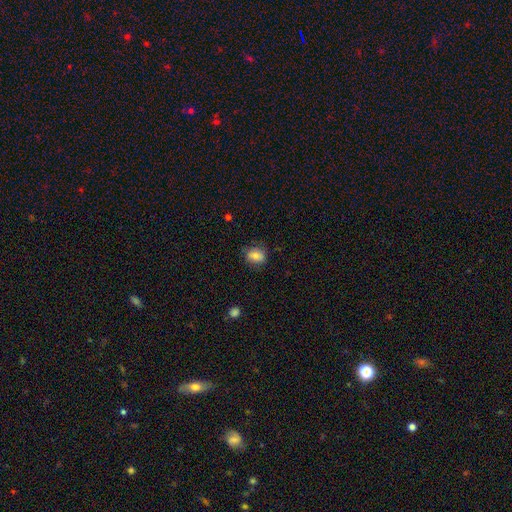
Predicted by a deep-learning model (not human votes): smooth_or_featured: smooth (p=0.75) [alt: featured or disk p=0.15]
how_rounded: round (p=0.54) [alt: in between p=0.44]
merging: none (p=0.75) [alt: minor disturbance p=0.19]